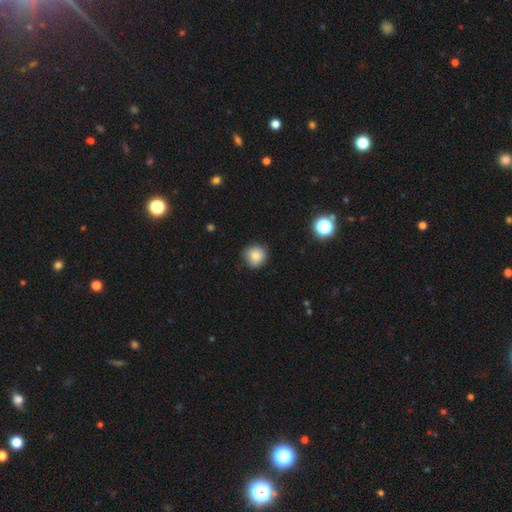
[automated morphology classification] smooth-or-featured: smooth: 82% | star or artifact: 10% | featured or disk: 8%
  how-rounded: round: 92% | in between: 7% | cigar-shaped: 1%
  merging: none: 82% | minor disturbance: 14% | major disturbance: 2% | merger: 1%